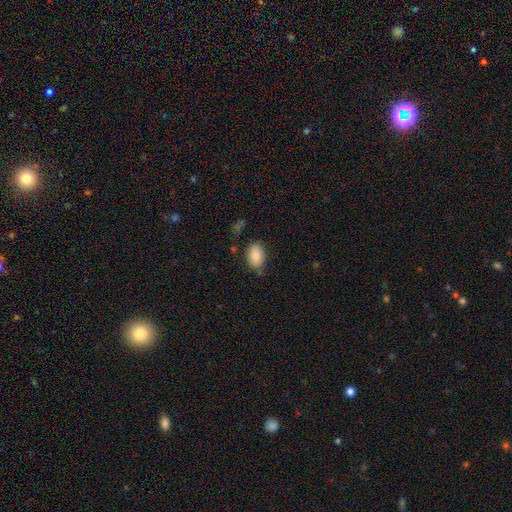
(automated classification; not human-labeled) This is clearly a smooth galaxy (81%). How rounded: clearly in between (85%). Merging: likely none (78%).